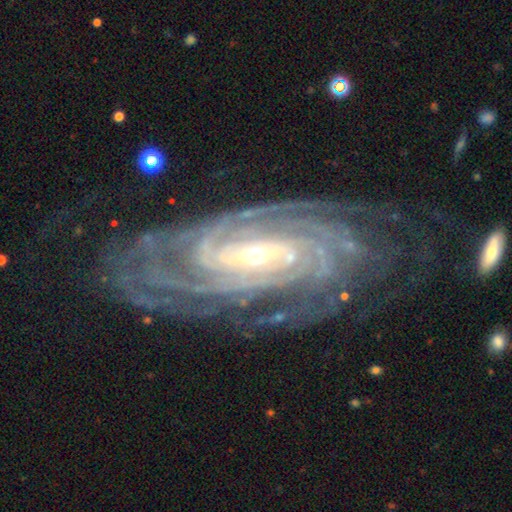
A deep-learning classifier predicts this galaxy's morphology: smooth_or_featured: featured or disk (p=0.93) [alt: star or artifact p=0.05]
disk_edge_on: no (p=0.95) [alt: yes p=0.05]
bar: strong (p=0.39) [alt: weak p=0.36]
has_spiral_arms: yes (p=0.99) [alt: no p=0.01]
spiral_winding: tight (p=0.81) [alt: medium p=0.16]
spiral_arm_count: 4 (p=0.27) [alt: more than 4 p=0.21]
bulge_size: small (p=0.72) [alt: moderate p=0.25]
merging: none (p=0.78) [alt: minor disturbance p=0.15]